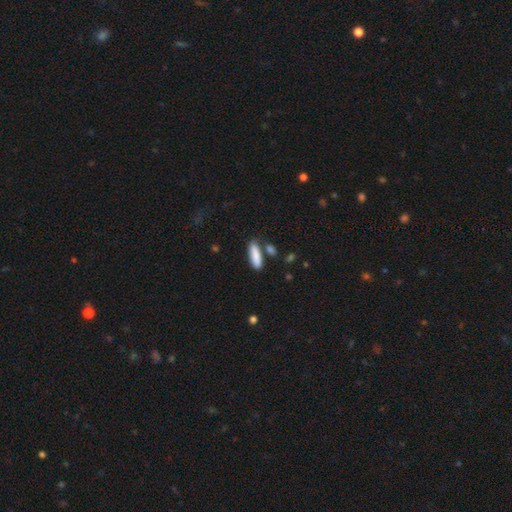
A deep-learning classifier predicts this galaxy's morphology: The model was most divided on "how rounded": cigar-shaped: 57%, in between: 41%, round: 2%. More confident: smooth or featured — smooth (87%); merging — none (74%).